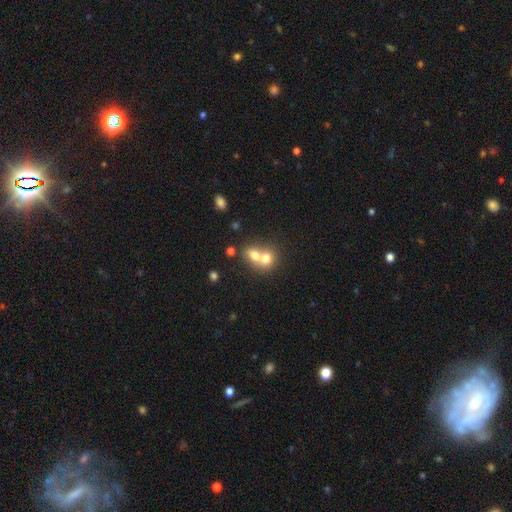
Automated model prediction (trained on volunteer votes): The model was most divided on "how rounded": round: 56%, in between: 43%, cigar-shaped: 1%. More confident: merging — merger (72%); smooth or featured — smooth (70%).